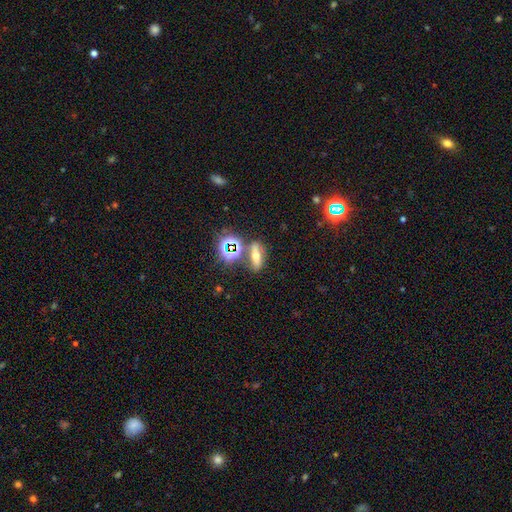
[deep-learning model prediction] Morphology: type=smooth (40%); merging=none (72%).